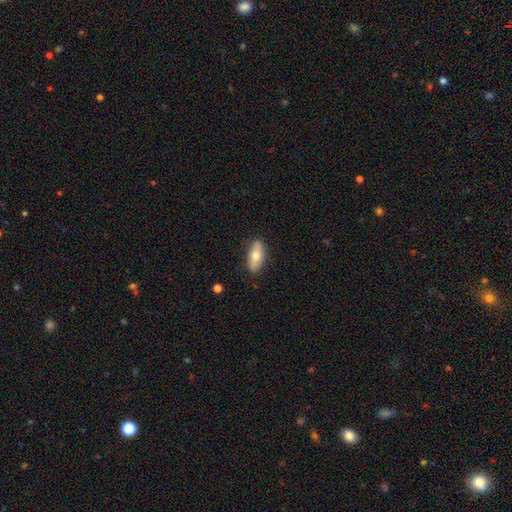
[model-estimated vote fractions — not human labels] This is likely a smooth galaxy (69%). How rounded: clearly in between (84%). Merging: clearly none (84%).